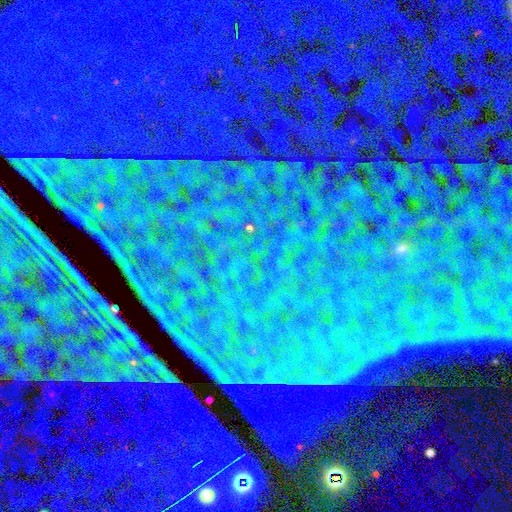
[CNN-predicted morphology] The model was most divided on "smooth or featured": star or artifact: 88%, featured or disk: 6%, smooth: 6%.